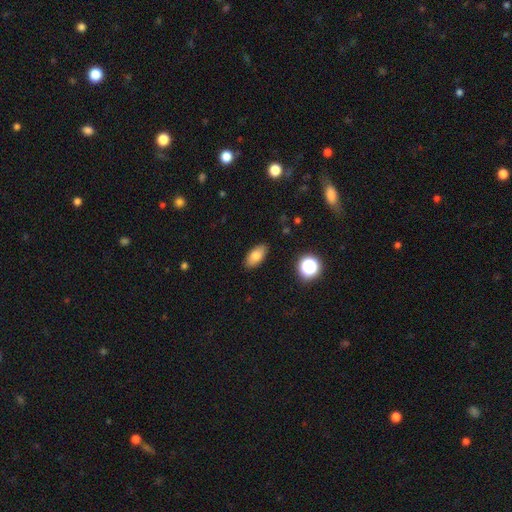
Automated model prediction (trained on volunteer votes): This is likely a smooth galaxy (79%). How rounded: clearly in between (88%). Merging: clearly none (88%).